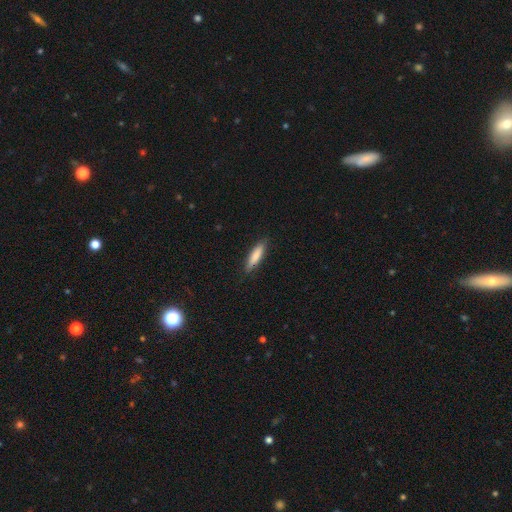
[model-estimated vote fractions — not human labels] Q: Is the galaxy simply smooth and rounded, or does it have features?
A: smooth — 81%.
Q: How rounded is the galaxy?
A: cigar-shaped — 74%.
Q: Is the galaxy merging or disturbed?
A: none — 86%.